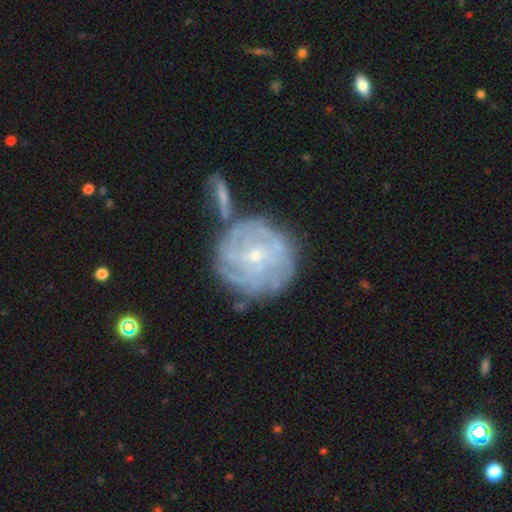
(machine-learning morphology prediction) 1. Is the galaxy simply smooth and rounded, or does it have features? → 77% featured or disk, 16% smooth, 7% star or artifact.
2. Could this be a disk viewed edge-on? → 97% no, 3% yes.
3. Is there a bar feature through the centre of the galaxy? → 69% no, 25% weak, 6% strong.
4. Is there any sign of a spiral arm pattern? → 84% yes, 16% no.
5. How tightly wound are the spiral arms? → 72% tight, 20% medium, 7% loose.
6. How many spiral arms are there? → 47% can't tell, 17% 4, 11% 3, 10% more than 4, 9% 2, 6% 1.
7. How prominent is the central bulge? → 82% small, 14% moderate, 2% none, 1% large, 1% dominant.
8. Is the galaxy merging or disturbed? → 66% none, 15% minor disturbance, 12% merger, 7% major disturbance.